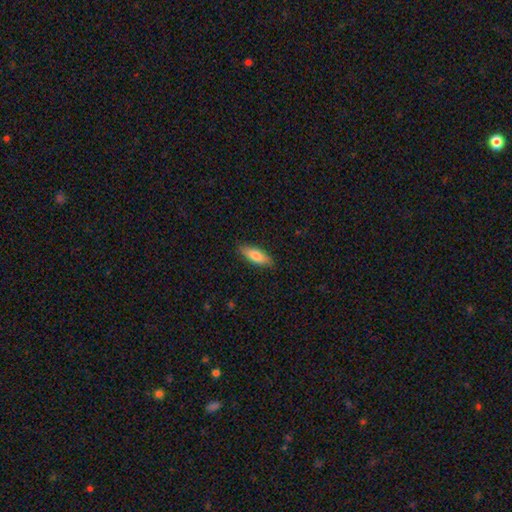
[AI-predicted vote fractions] smooth 78%, featured or disk 17%, star or artifact 6%. Down the decision tree: how rounded — in between (63%); merging — none (85%).